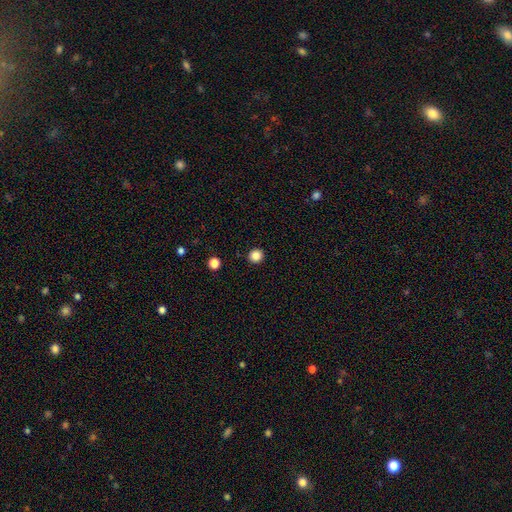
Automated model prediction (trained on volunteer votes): smooth 85%, star or artifact 11%, featured or disk 3%. Down the decision tree: how rounded — round (93%); merging — none (92%).